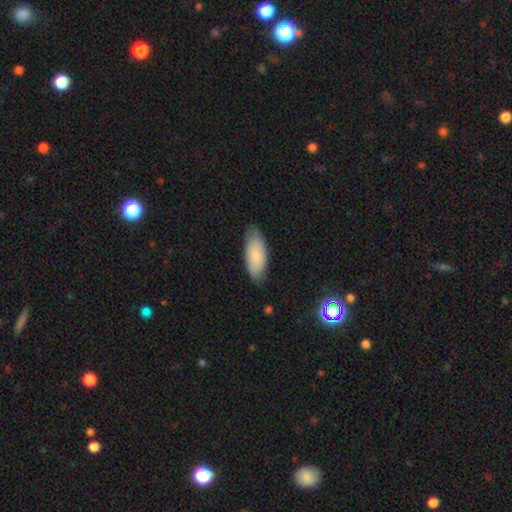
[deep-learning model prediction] smooth 82%, featured or disk 12%, star or artifact 6%. Down the decision tree: how rounded — in between (83%); merging — none (78%).